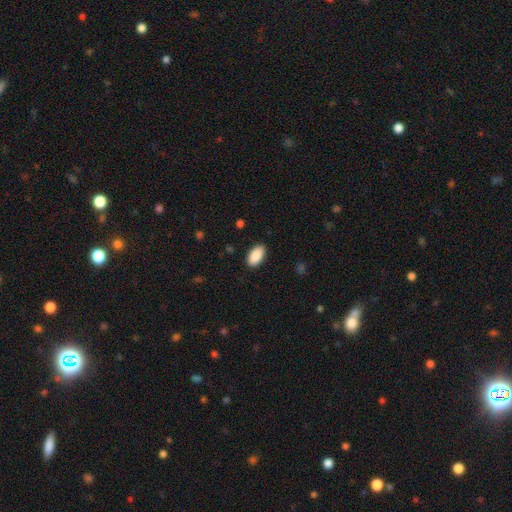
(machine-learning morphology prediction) Smooth or featured? smooth (90%)
How rounded? in between (95%)
Merging? none (88%)